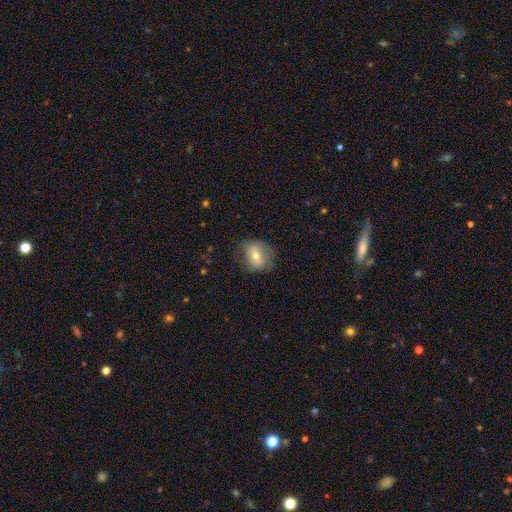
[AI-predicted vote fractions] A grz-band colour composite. It shows a smooth galaxy with no disk features (53%) that is round (57%). Merging: none (69%).